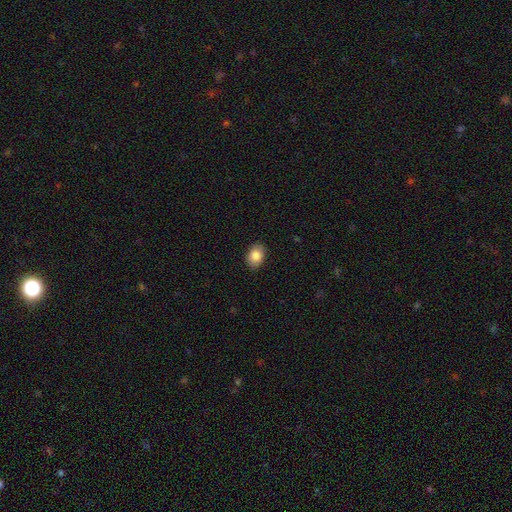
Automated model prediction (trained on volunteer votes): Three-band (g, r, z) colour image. It shows a smooth galaxy with no disk features (85%) that is in between round and cigar-shaped (75%). Merging: none (89%).